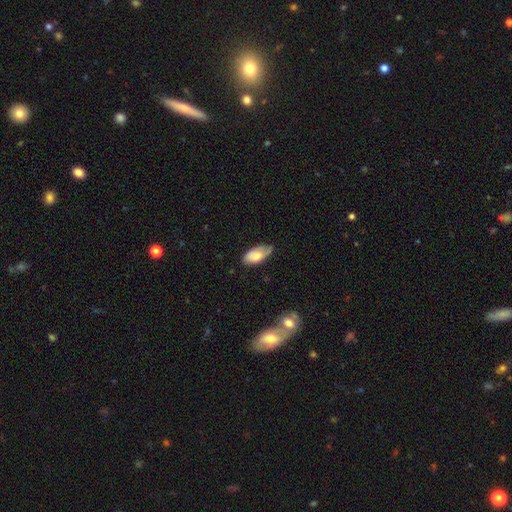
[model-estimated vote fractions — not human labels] This appears to be a smooth galaxy with no disk features (72%) that is in between round and cigar-shaped (93%). Merging: none (60%).